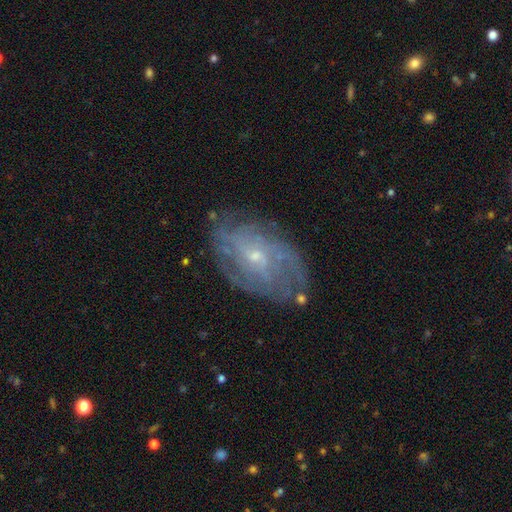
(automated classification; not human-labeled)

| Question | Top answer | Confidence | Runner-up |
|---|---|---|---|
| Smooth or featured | featured or disk | 77% | smooth (14%) |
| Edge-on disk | no | 95% | yes (5%) |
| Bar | no | 63% | weak (32%) |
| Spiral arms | yes | 85% | no (15%) |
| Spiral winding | tight | 56% | medium (31%) |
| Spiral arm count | can't tell | 52% | 2 (12%) |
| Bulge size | small | 77% | moderate (19%) |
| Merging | none | 73% | minor disturbance (18%) |